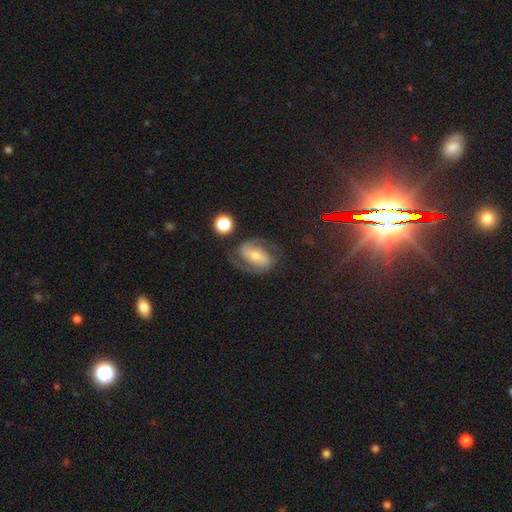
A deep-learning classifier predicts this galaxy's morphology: featured or disk 75%, smooth 16%, star or artifact 10%. Down the decision tree: edge-on disk — no (97%); bar — weak (40%); spiral arms — yes (92%); spiral arm count — 2 (90%); spiral winding — medium (53%); bulge size — moderate (59%); merging — none (70%).